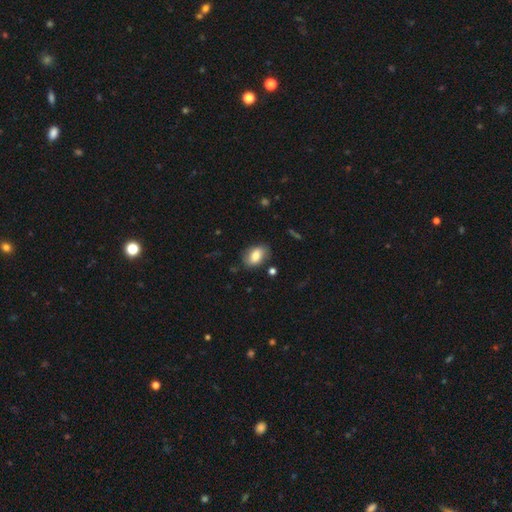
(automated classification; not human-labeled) This is likely a smooth galaxy (78%). How rounded: clearly in between (86%). Merging: likely none (77%).